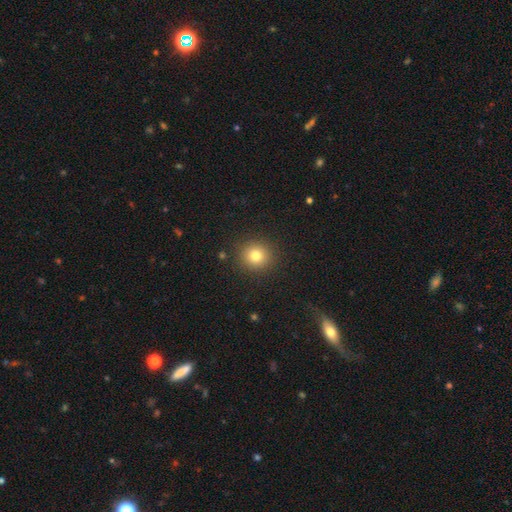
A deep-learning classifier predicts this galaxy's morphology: The model was most divided on "smooth or featured": smooth: 80%, star or artifact: 12%, featured or disk: 7%. More confident: how rounded — round (91%); merging — none (90%).